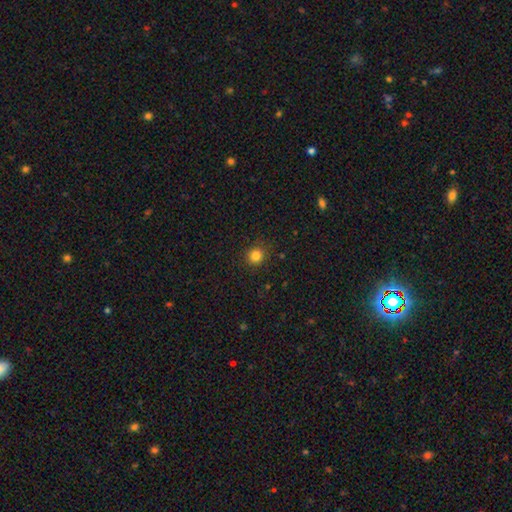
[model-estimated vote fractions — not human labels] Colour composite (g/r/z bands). It shows a smooth galaxy with no disk features (83%) that is round (89%). Merging: none (89%).